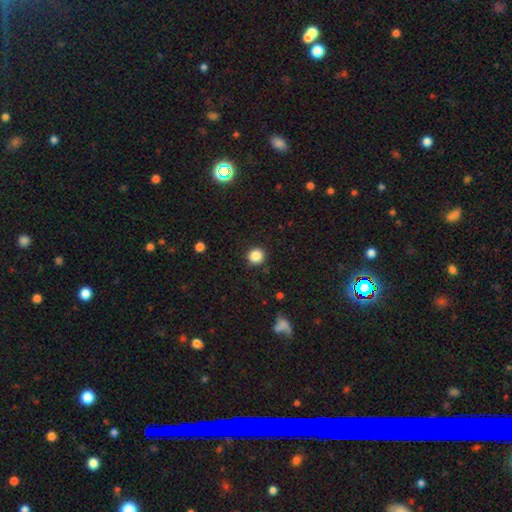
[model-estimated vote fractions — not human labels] Smooth or featured: smooth — 85% (star or artifact — 11%)
How rounded: round — 92% (in between — 7%)
Merging: none — 90% (minor disturbance — 7%)